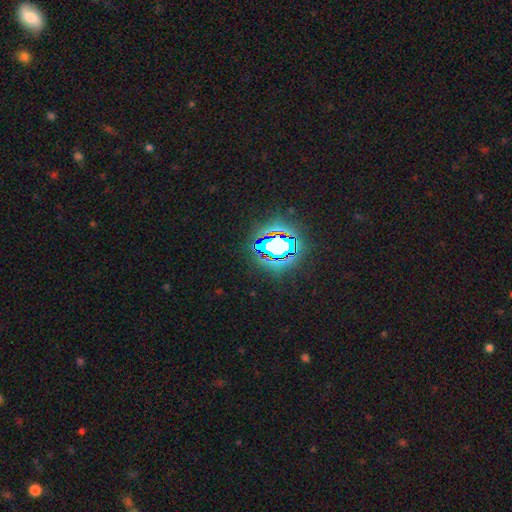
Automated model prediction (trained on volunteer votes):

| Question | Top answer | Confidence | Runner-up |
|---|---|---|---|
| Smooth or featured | star or artifact | 82% | smooth (11%) |